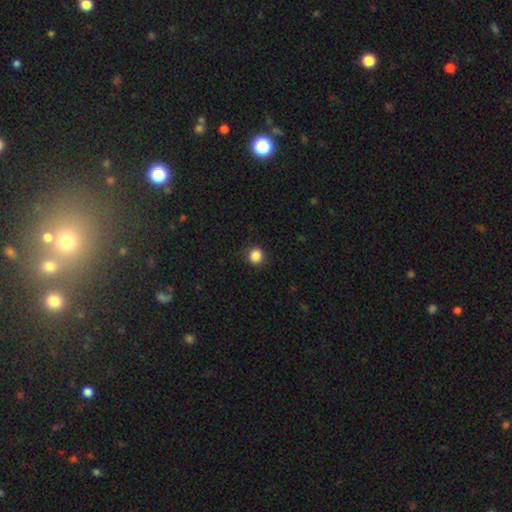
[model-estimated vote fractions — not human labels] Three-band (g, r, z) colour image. It shows a smooth galaxy with no disk features (87%) that is round (86%). Merging: none (89%).